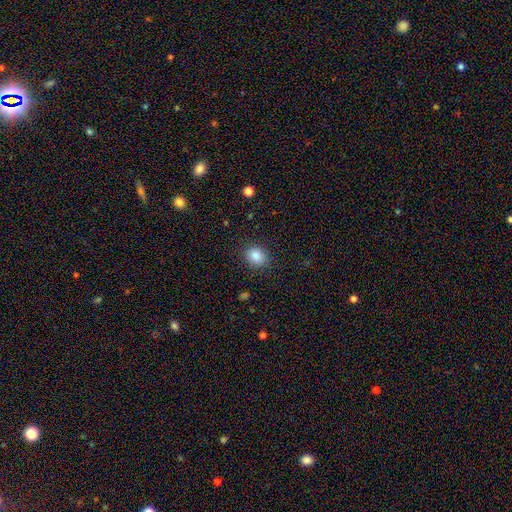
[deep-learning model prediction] Smooth or featured? Predicted: smooth (p=0.85). How rounded? Predicted: round (p=0.55). Merging? Predicted: none (p=0.86).